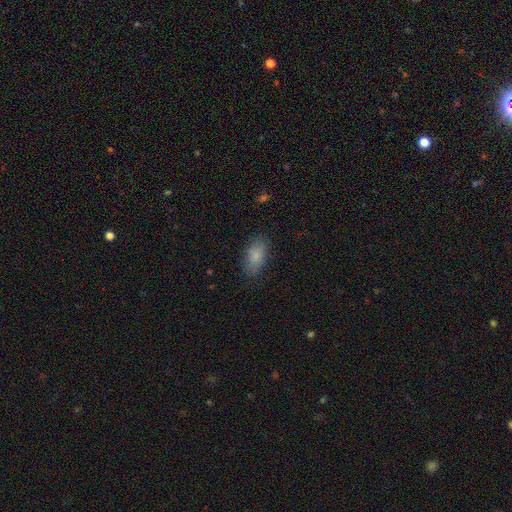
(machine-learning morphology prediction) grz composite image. It shows a smooth galaxy with no disk features (84%) that is in between round and cigar-shaped (91%). Merging: none (83%).